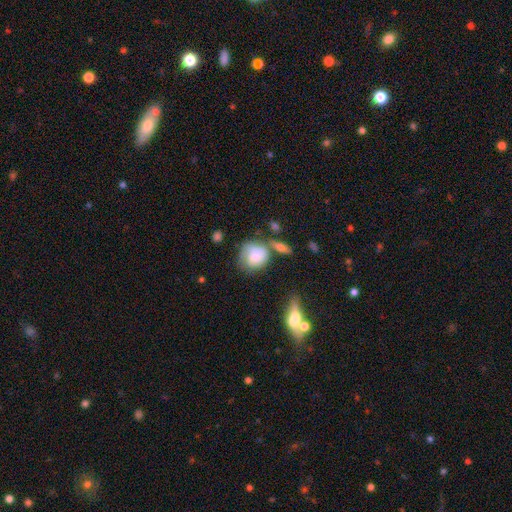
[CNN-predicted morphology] A smooth galaxy with no disk features (60%) that is round (69%). Merging: none (39%).